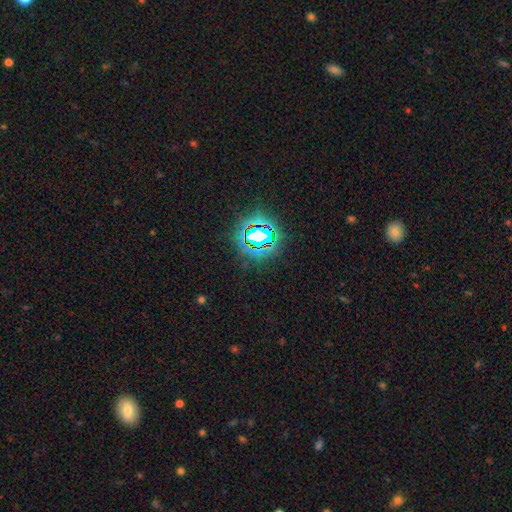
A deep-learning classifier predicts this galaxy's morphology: star or artifact 79%, smooth 13%, featured or disk 8%.